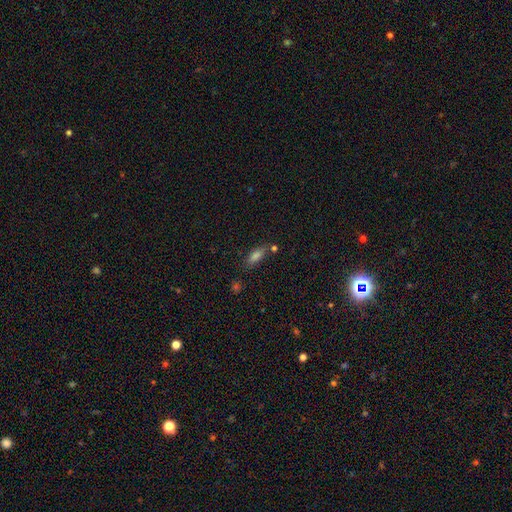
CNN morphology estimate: A smooth galaxy with no disk features (74%) that is in between round and cigar-shaped (64%).

Vote fractions:
- Smooth or featured? smooth: 74% / star or artifact: 14% / featured or disk: 12%
- How rounded? in between: 64% / cigar-shaped: 32% / round: 4%
- Merging? none: 70% / minor disturbance: 15% / merger: 10% / major disturbance: 4%